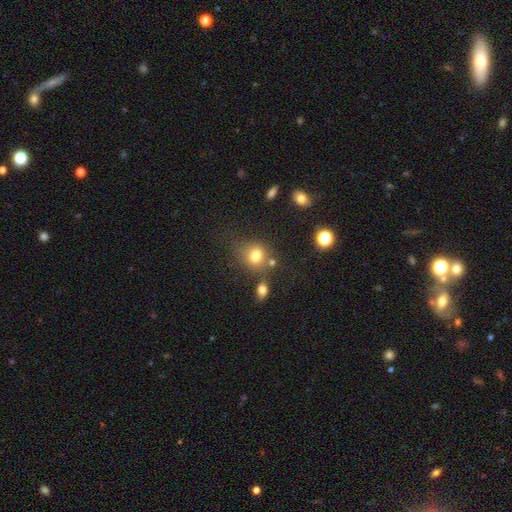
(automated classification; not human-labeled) smooth 76%, star or artifact 15%, featured or disk 10%. Down the decision tree: how rounded — round (71%); merging — none (62%).